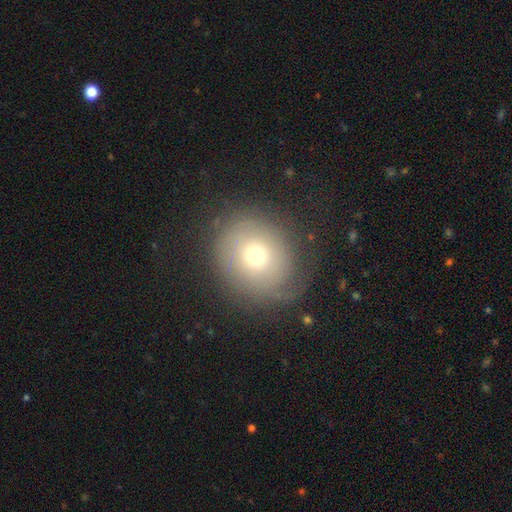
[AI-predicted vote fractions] This is possibly a smooth galaxy (58%). How rounded: clearly round (80%). Merging: likely none (70%).